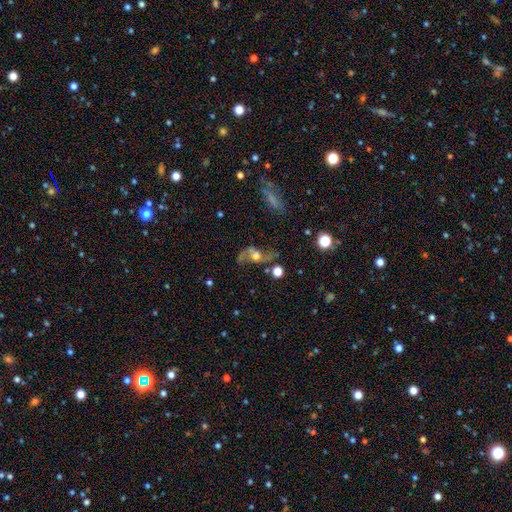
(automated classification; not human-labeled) This is likely a featured or disk galaxy (67%). It is clearly not viewed edge-on (90%). Bar: likely no (66%). Spiral arm pattern: likely yes (79%). Central bulge: possibly moderate (51%). Merging: possibly none (51%).